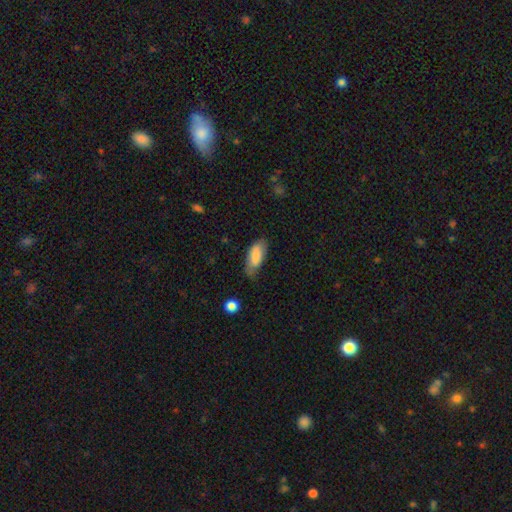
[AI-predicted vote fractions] A smooth galaxy with no disk features (82%) that is in between round and cigar-shaped (84%).

Vote fractions:
- Smooth or featured? smooth: 82% / featured or disk: 12% / star or artifact: 6%
- How rounded? in between: 84% / cigar-shaped: 14% / round: 2%
- Merging? none: 56% / minor disturbance: 34% / major disturbance: 9% / merger: 2%